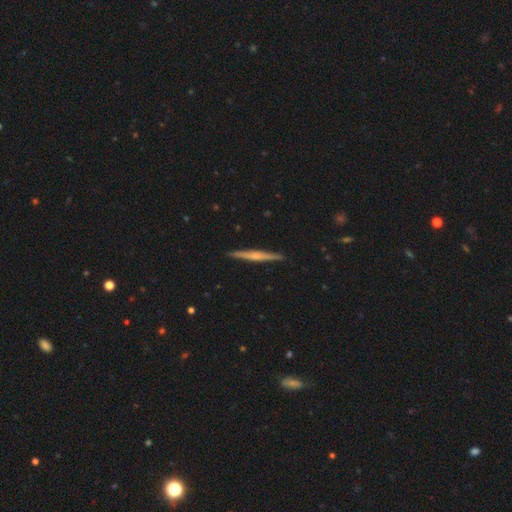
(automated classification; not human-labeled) smooth-or-featured: featured or disk: 69% | smooth: 25% | star or artifact: 6%
  disk-edge-on: yes: 98% | no: 2%
    edge-on-bulge: rounded: 68% | none: 22% | boxy: 10%
  merging: none: 91% | minor disturbance: 6% | major disturbance: 1% | merger: 1%